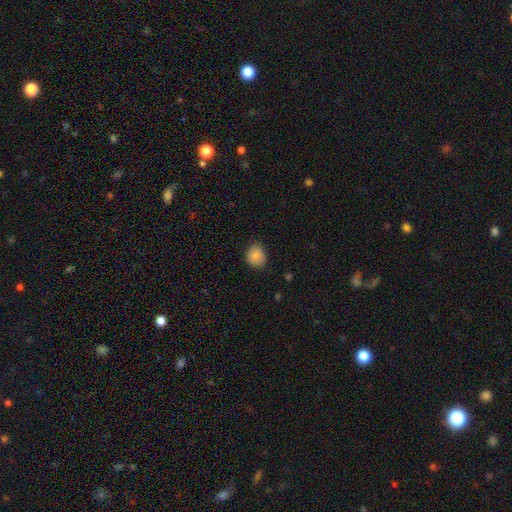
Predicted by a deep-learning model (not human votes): The model was most divided on "how rounded": round: 71%, in between: 28%, cigar-shaped: 1%. More confident: smooth or featured — smooth (86%); merging — none (77%).